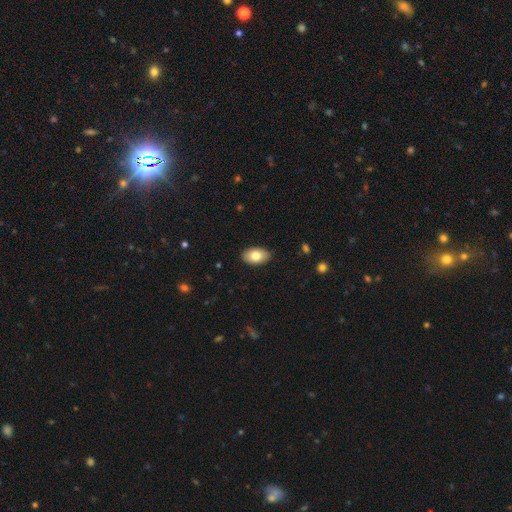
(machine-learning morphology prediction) A smooth galaxy with no disk features (79%) that is in between round and cigar-shaped (93%). Merging: none (88%).